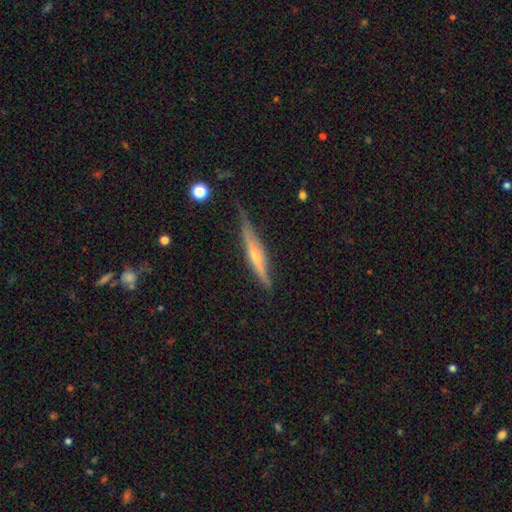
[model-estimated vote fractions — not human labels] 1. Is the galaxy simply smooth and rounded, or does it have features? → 64% featured or disk, 29% smooth, 7% star or artifact.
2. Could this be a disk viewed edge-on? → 95% yes, 5% no.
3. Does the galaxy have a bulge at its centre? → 64% rounded, 28% none, 8% boxy.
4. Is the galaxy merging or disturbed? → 72% none, 21% minor disturbance, 4% major disturbance, 2% merger.